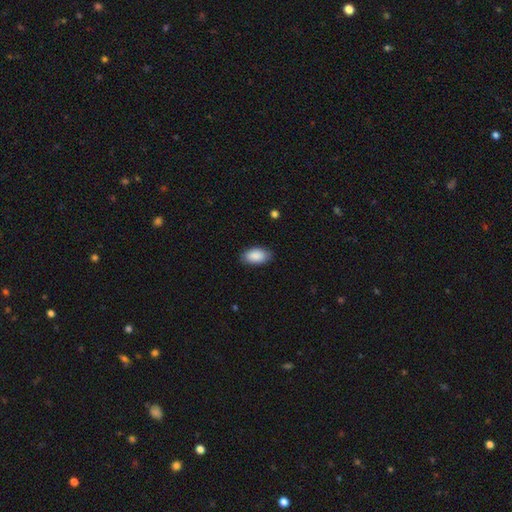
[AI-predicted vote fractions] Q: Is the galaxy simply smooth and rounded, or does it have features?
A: smooth — 90%.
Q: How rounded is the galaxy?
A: in between — 95%.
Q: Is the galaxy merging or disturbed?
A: none — 85%.